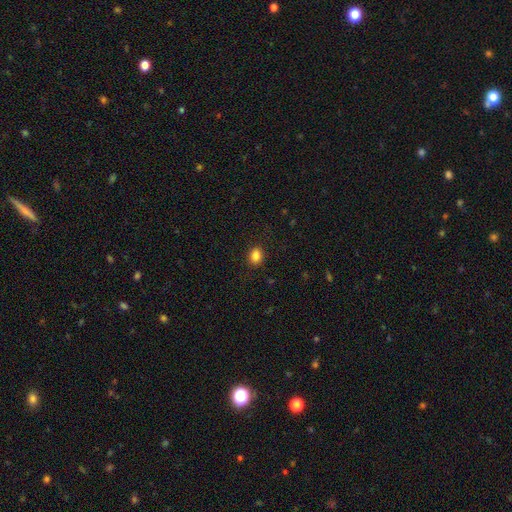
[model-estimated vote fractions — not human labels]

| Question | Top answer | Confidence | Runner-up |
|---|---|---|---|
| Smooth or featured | smooth | 86% | star or artifact (10%) |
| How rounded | in between | 58% | round (41%) |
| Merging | none | 87% | minor disturbance (9%) |